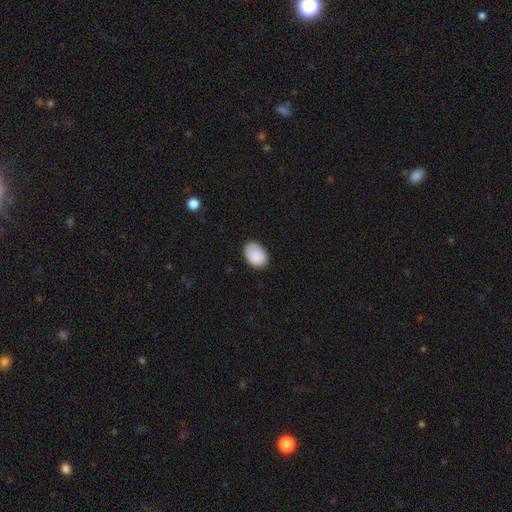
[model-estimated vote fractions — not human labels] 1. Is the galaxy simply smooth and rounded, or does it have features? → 89% smooth, 7% star or artifact, 5% featured or disk.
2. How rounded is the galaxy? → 83% in between, 16% round, 1% cigar-shaped.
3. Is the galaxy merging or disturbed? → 80% none, 16% minor disturbance, 3% major disturbance, 1% merger.